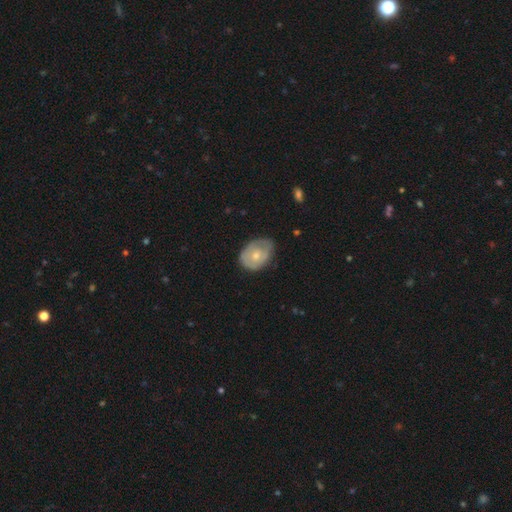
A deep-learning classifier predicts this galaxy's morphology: This appears to be a smooth galaxy with no disk features (51%) that is in between round and cigar-shaped (67%). Merging: none (57%).